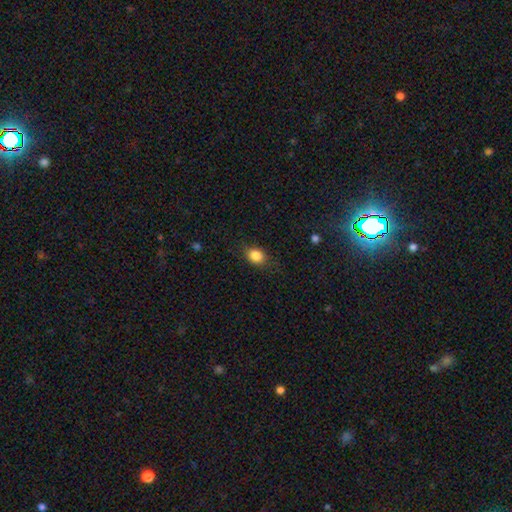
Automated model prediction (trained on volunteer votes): Smooth or featured? smooth (85%)
How rounded? in between (52%)
Merging? none (81%)